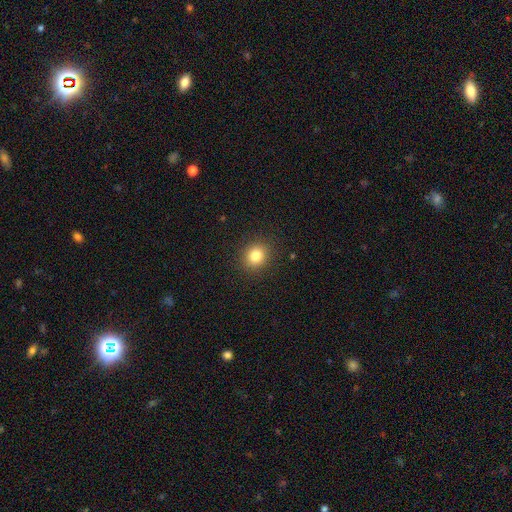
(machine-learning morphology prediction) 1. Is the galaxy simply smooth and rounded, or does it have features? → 82% smooth, 12% star or artifact, 6% featured or disk.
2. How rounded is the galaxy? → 78% round, 21% in between, 1% cigar-shaped.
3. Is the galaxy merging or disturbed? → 90% none, 7% minor disturbance, 2% major disturbance, 1% merger.